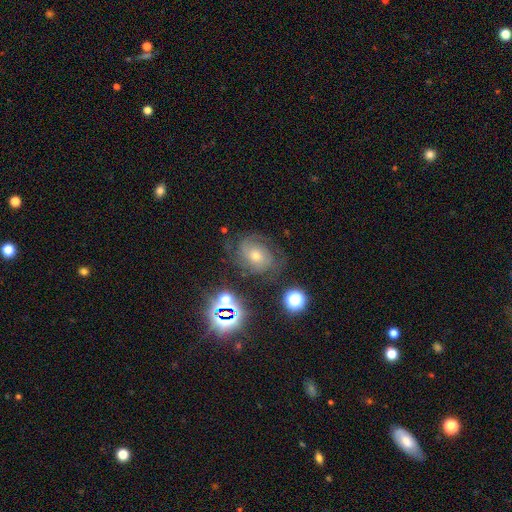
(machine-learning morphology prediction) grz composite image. It shows a featured or disk galaxy (63%) with no bar (70%), tight (60%) spiral arms (91%) and a moderate central bulge (59%). Merging: none (69%).